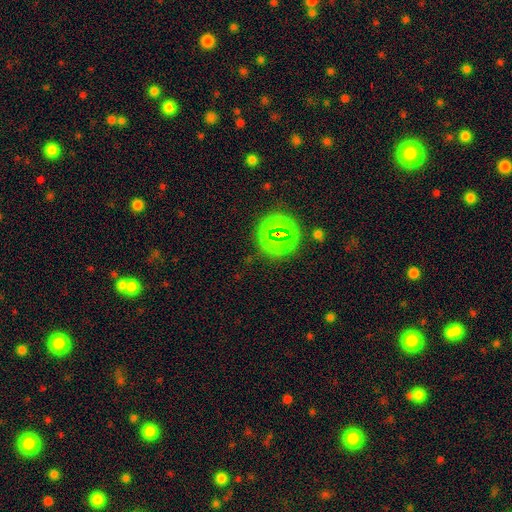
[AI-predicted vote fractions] Q: Smooth or featured?
A: star or artifact (69%); runner-up: smooth (21%)